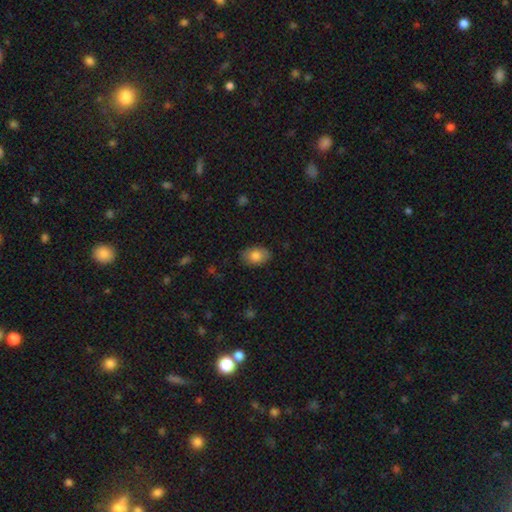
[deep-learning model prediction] Smooth or featured? smooth (82%)
How rounded? in between (85%)
Merging? none (84%)